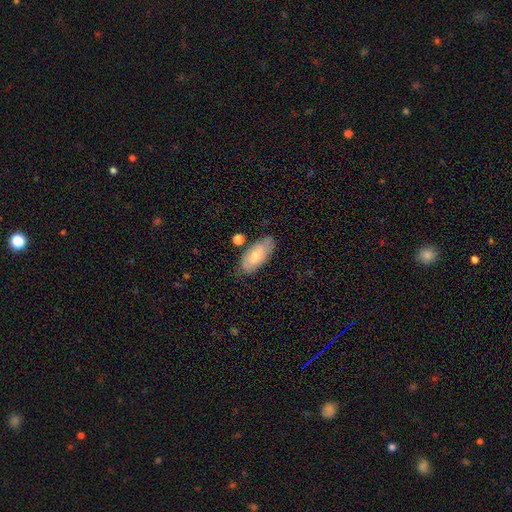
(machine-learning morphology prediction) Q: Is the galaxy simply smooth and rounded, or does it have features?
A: smooth — 64%.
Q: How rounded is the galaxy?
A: in between — 88%.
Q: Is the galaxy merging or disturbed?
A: none — 72%.